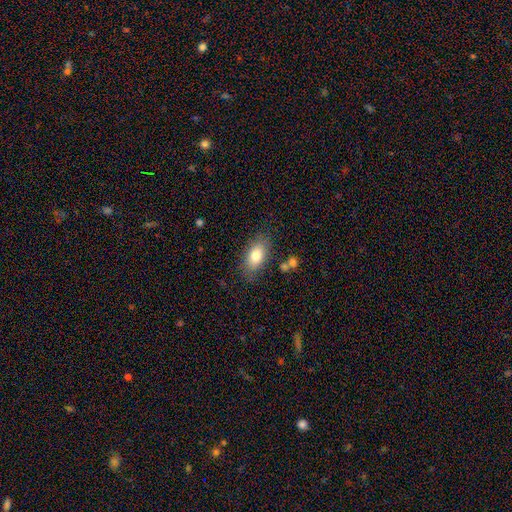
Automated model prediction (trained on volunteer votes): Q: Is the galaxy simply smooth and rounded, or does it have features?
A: smooth — 78%.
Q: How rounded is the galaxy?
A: in between — 89%.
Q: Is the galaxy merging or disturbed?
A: none — 80%.